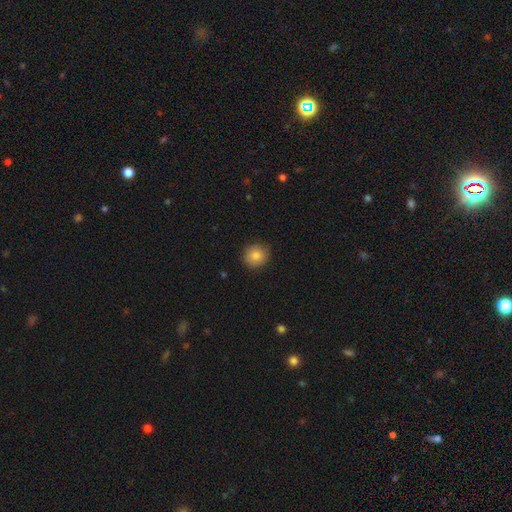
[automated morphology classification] The model was most divided on "smooth or featured": smooth: 84%, star or artifact: 9%, featured or disk: 7%. More confident: merging — none (89%); how rounded — round (88%).